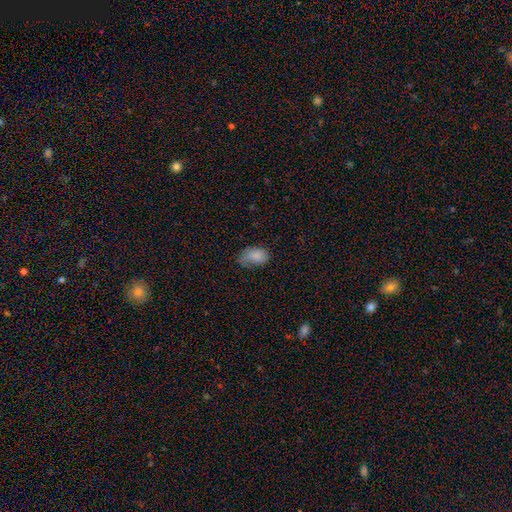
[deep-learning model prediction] Smooth or featured: smooth — 83% (featured or disk — 9%)
How rounded: in between — 88% (round — 11%)
Merging: none — 45% (minor disturbance — 37%)